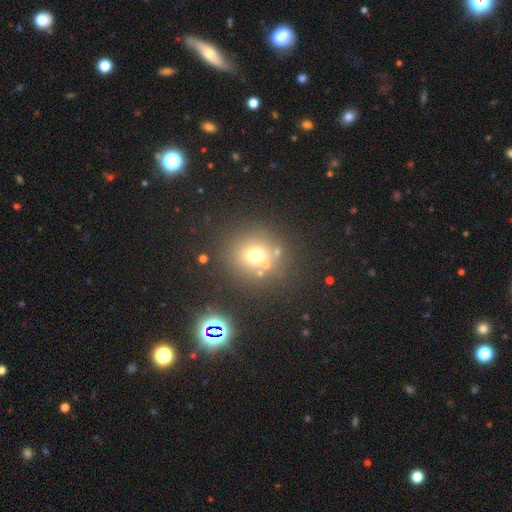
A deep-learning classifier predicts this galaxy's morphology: smooth 63%, star or artifact 23%, featured or disk 13%. Down the decision tree: how rounded — round (87%); merging — none (73%).